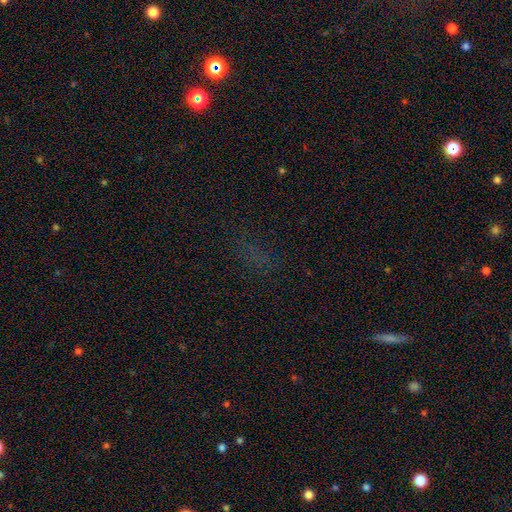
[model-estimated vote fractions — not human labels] Smooth or featured?
  - star or artifact: 53% *
  - smooth: 34%
  - featured or disk: 13%